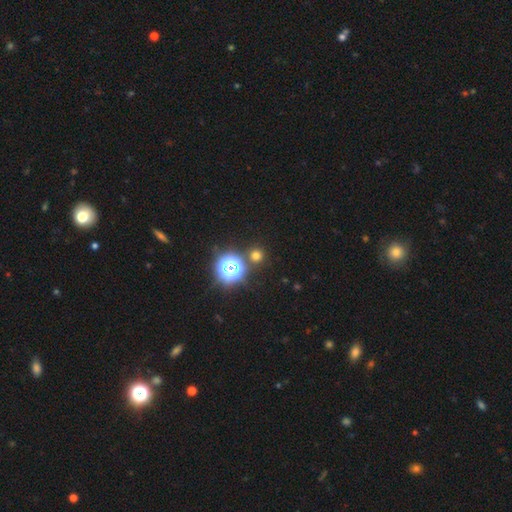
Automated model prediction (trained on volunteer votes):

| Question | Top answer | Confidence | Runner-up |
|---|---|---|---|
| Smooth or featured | smooth | 63% | star or artifact (31%) |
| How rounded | round | 93% | in between (6%) |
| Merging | none | 85% | minor disturbance (6%) |